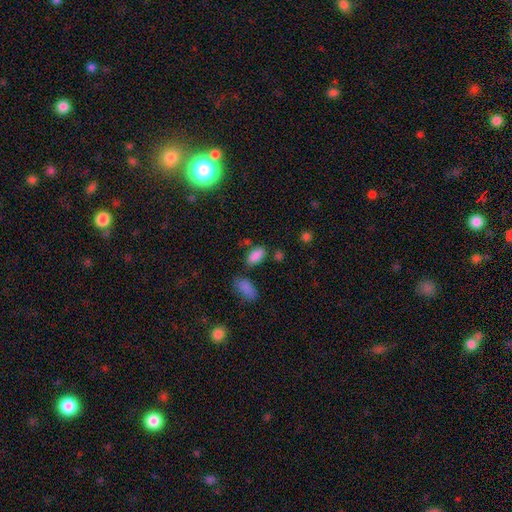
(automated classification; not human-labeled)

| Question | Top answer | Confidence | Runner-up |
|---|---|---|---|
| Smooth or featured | smooth | 86% | star or artifact (9%) |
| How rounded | in between | 92% | cigar-shaped (5%) |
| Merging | none | 72% | minor disturbance (14%) |